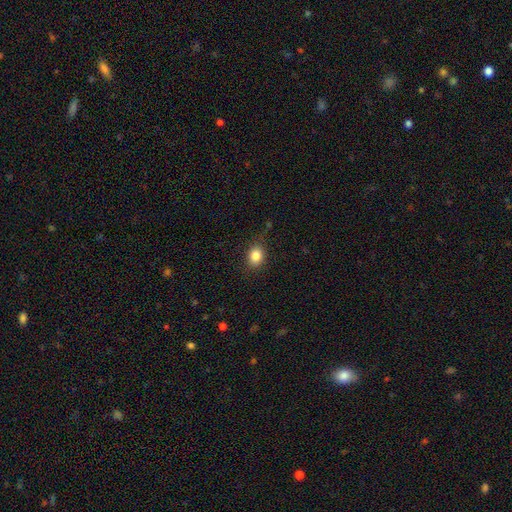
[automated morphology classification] Smooth or featured: smooth — 85% (star or artifact — 10%)
How rounded: in between — 54% (round — 45%)
Merging: none — 81% (minor disturbance — 14%)